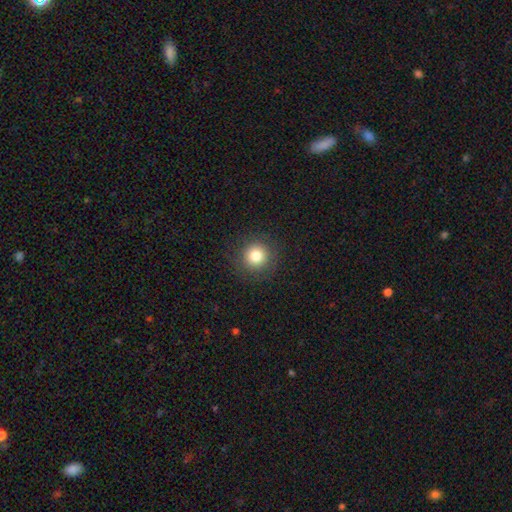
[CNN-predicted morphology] Smooth or featured?
  - smooth: 81% *
  - star or artifact: 12%
  - featured or disk: 7%
How rounded?
  - round: 95% *
  - in between: 4%
  - cigar-shaped: 1%
Merging?
  - none: 90% *
  - minor disturbance: 6%
  - major disturbance: 3%
  - merger: 1%